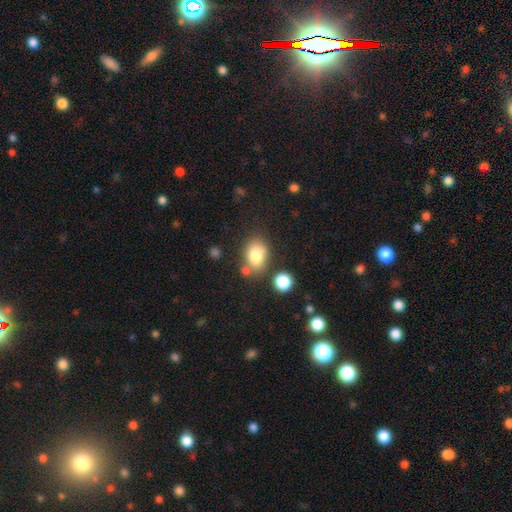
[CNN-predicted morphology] Smooth or featured: smooth — 80% (featured or disk — 10%)
How rounded: in between — 71% (round — 28%)
Merging: none — 63% (minor disturbance — 16%)